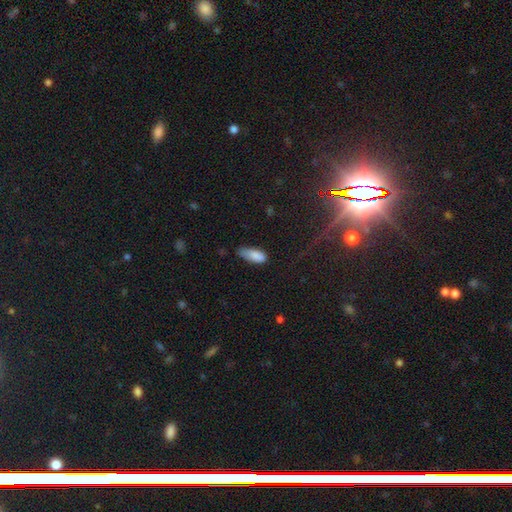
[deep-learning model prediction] This is clearly a smooth galaxy (86%). How rounded: likely in between (77%). Merging: possibly none (50%).